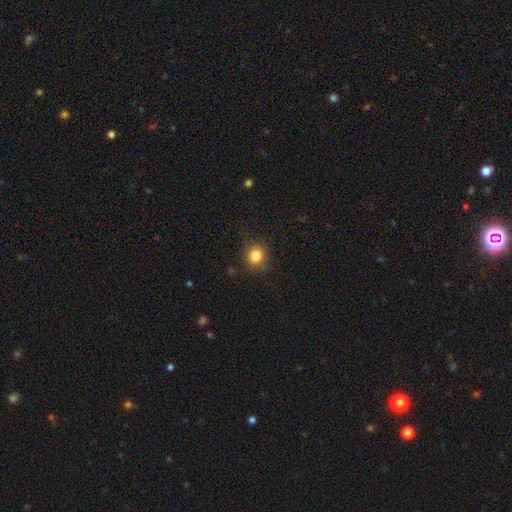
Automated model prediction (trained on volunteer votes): The model was most divided on "smooth or featured": smooth: 83%, star or artifact: 11%, featured or disk: 5%. More confident: how rounded — round (87%); merging — none (86%).